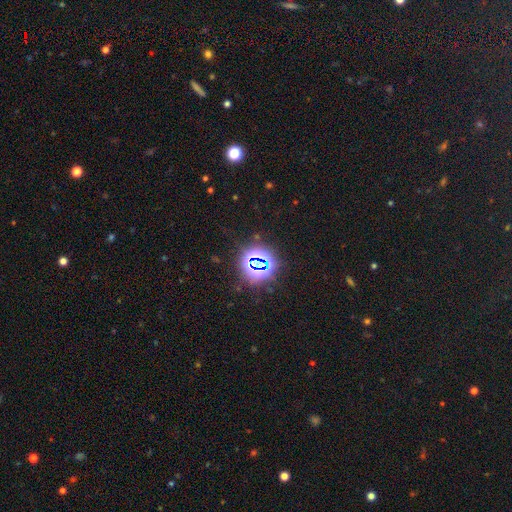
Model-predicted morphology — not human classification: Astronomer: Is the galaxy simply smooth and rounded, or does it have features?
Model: star or artifact — 80%.